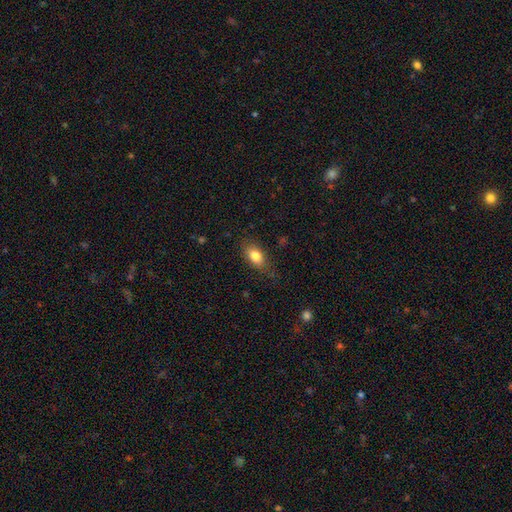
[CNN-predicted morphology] Overall: smooth (80%). How rounded: in between (85%). Merging: none (73%).